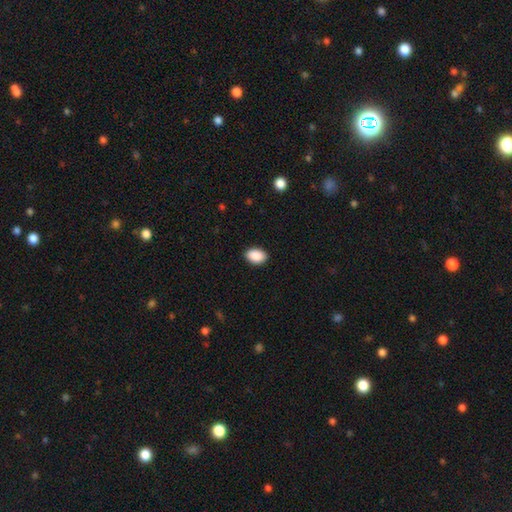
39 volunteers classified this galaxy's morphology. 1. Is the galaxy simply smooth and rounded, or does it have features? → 92% smooth, 5% featured or disk, 3% star or artifact.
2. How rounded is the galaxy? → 89% in between, 11% round, 0% cigar-shaped.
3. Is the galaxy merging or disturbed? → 100% none, 0% minor disturbance, 0% major disturbance, 0% merger.